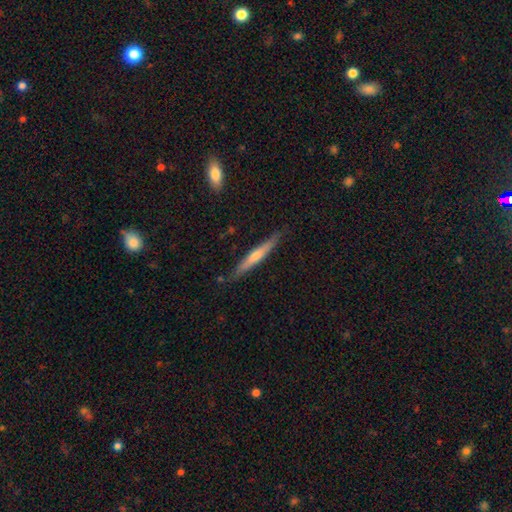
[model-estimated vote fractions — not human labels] This is likely a featured or disk galaxy (60%). It is clearly viewed edge-on (96%). Edge-on bulge: likely rounded (72%). Merging: clearly none (87%).